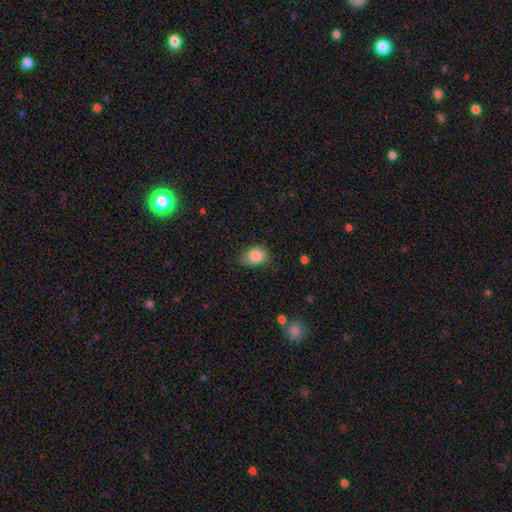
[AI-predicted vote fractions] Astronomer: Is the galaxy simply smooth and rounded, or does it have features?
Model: smooth — 86%.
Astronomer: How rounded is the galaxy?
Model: in between — 68%.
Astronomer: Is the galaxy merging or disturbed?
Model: none — 72%.